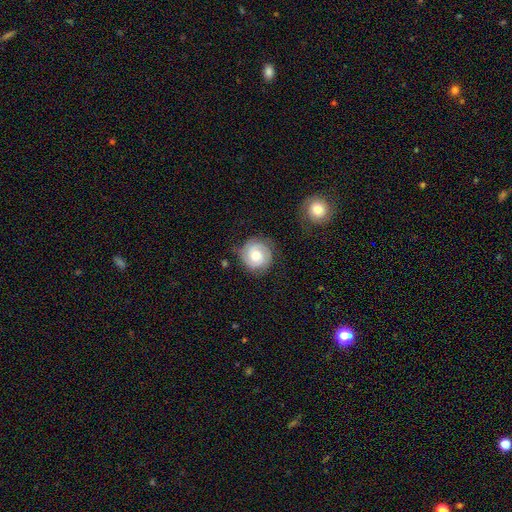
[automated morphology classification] This is likely a featured or disk galaxy (64%). It is clearly not viewed edge-on (98%). Bar: likely no (67%). Spiral arm pattern: clearly yes (90%). Spiral arm count: likely 2 (68%). Spiral winding: likely tight (65%). Central bulge: likely moderate (70%). Merging: likely none (76%).